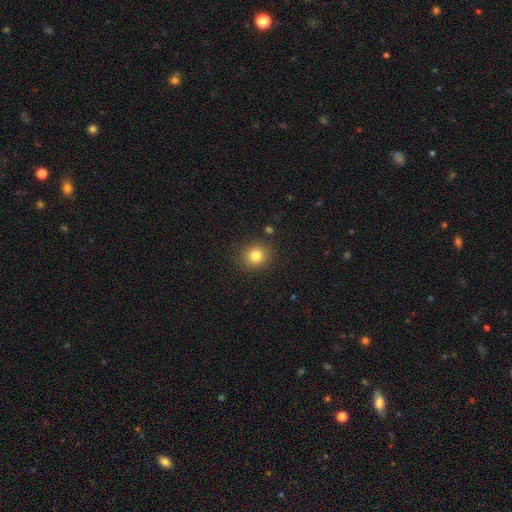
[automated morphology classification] A smooth galaxy with no disk features (81%) that is round (87%). Merging: none (89%).